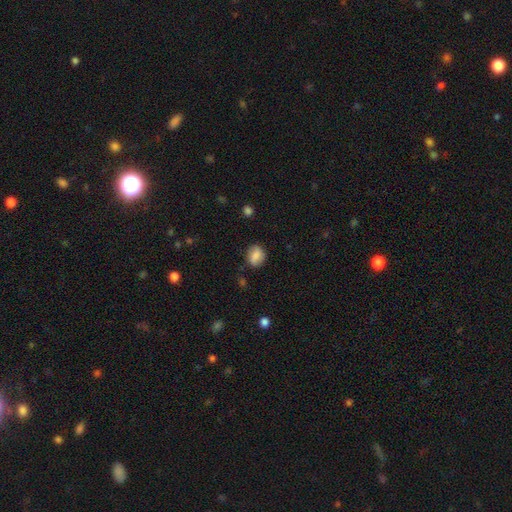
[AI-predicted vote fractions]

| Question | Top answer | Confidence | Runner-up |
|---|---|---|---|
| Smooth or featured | smooth | 80% | featured or disk (11%) |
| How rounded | in between | 51% | round (47%) |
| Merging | none | 80% | minor disturbance (15%) |